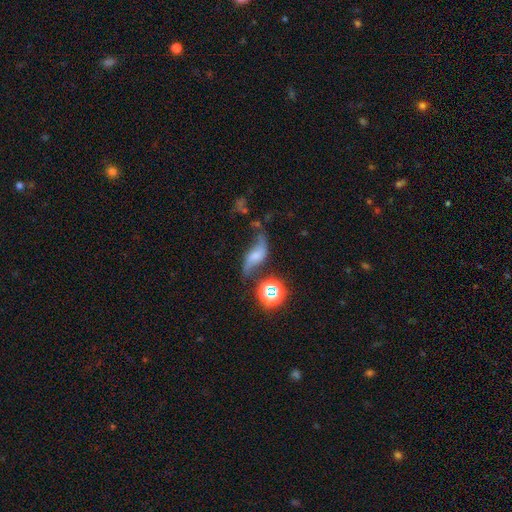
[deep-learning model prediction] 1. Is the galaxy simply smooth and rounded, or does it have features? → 59% featured or disk, 26% smooth, 15% star or artifact.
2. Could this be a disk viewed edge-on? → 89% no, 11% yes.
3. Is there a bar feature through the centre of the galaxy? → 54% no, 32% weak, 14% strong.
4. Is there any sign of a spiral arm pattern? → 87% yes, 13% no.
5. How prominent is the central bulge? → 31% small (tied), 31% moderate (tied), 20% none, 13% large, 5% dominant.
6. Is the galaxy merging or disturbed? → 47% none, 25% minor disturbance, 19% major disturbance, 9% merger.